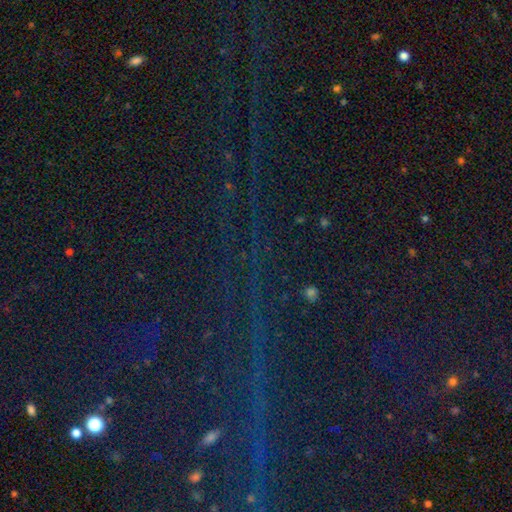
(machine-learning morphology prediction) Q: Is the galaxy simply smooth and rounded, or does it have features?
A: star or artifact — 84%.